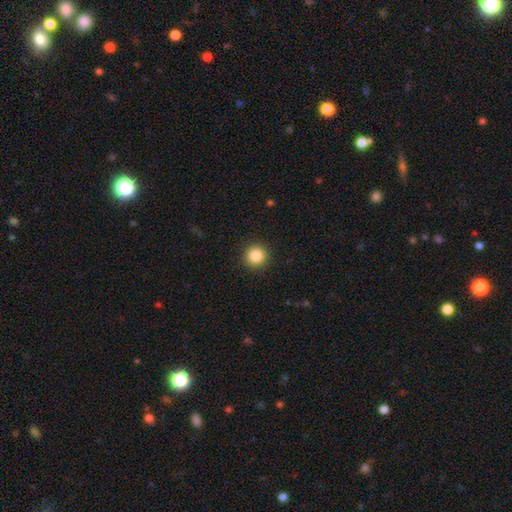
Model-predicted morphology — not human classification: Overall: smooth (85%). How rounded: round (95%). Merging: none (92%).